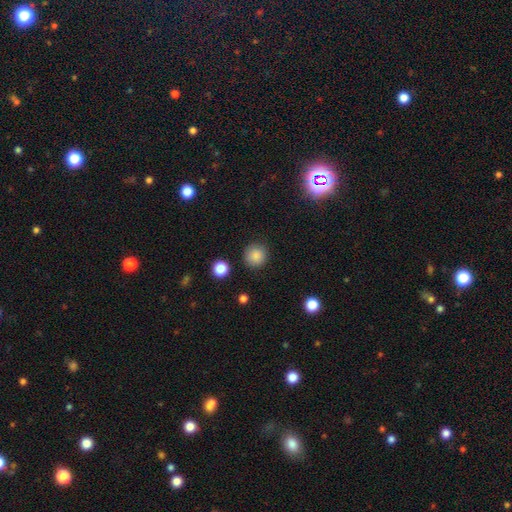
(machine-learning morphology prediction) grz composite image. It shows a smooth galaxy with no disk features (85%) that is round (94%). Merging: none (90%).